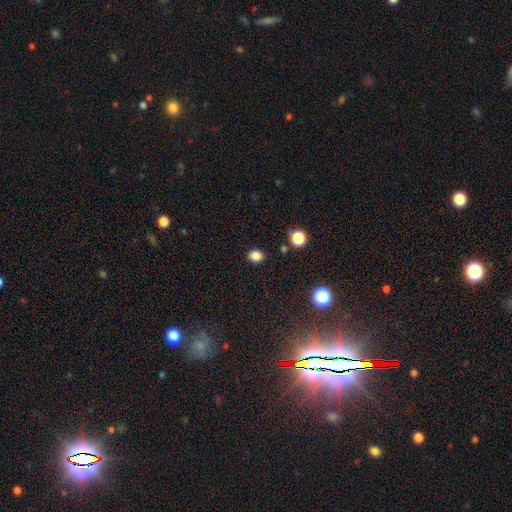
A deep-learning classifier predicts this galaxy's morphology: Q: Smooth or featured?
A: smooth (83%); runner-up: star or artifact (13%)
Q: How rounded?
A: round (62%); runner-up: in between (38%)
Q: Merging?
A: none (87%); runner-up: minor disturbance (8%)